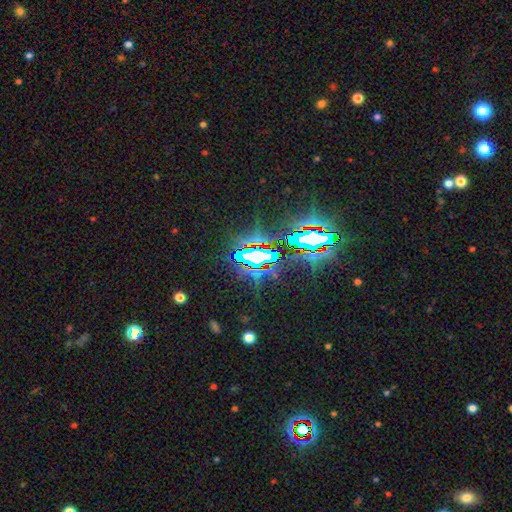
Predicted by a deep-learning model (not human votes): This appears to be a star or artifact, not a galaxy (72%).